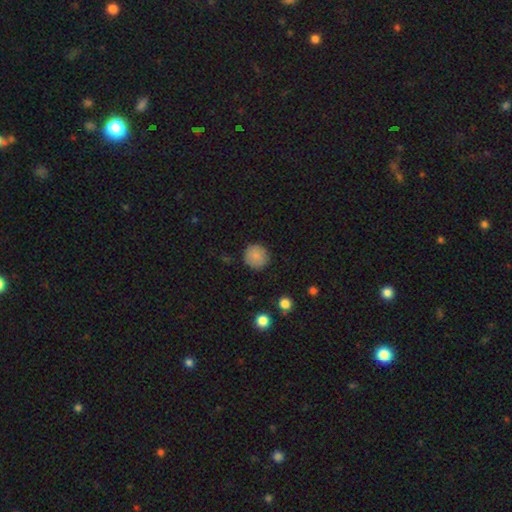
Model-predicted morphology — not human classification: This appears to be a smooth galaxy with no disk features (86%) that is round (93%). Merging: none (88%).